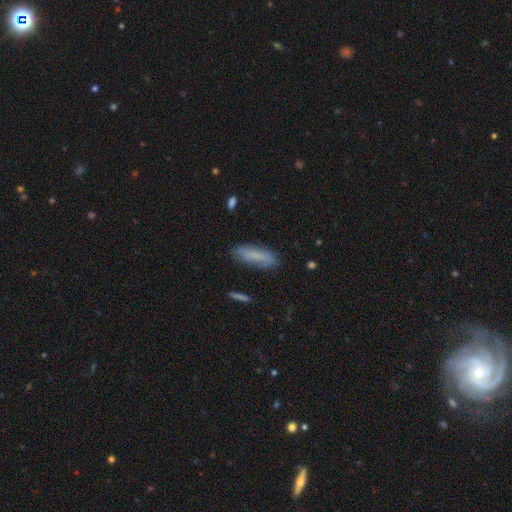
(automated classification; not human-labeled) A smooth galaxy with no disk features (77%) that is in between round and cigar-shaped (51%). Merging: none (75%).